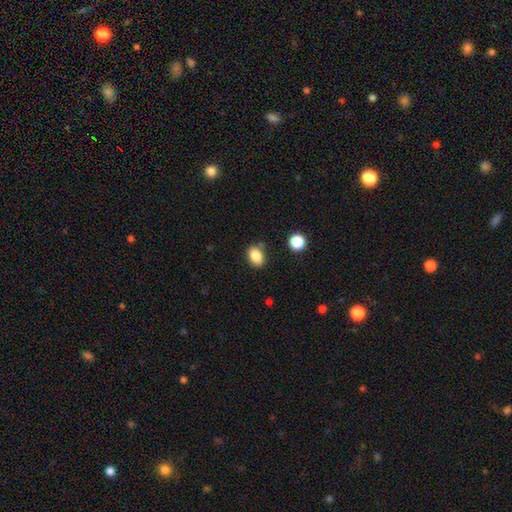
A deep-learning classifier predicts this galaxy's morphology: The model was most divided on "how rounded": in between: 74%, round: 24%, cigar-shaped: 1%. More confident: smooth or featured — smooth (85%); merging — none (78%).